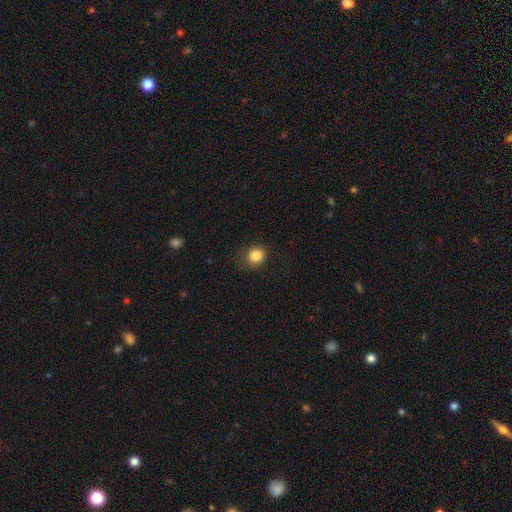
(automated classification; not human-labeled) Smooth or featured: smooth — 84% (star or artifact — 11%)
How rounded: round — 84% (in between — 16%)
Merging: none — 79% (minor disturbance — 15%)